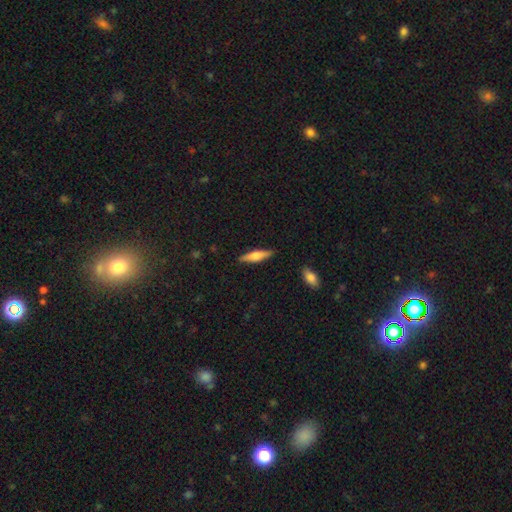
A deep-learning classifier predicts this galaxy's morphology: Q: Smooth or featured?
A: smooth (54%); runner-up: featured or disk (40%)
Q: How rounded?
A: cigar-shaped (73%); runner-up: in between (25%)
Q: Merging?
A: none (88%); runner-up: minor disturbance (9%)